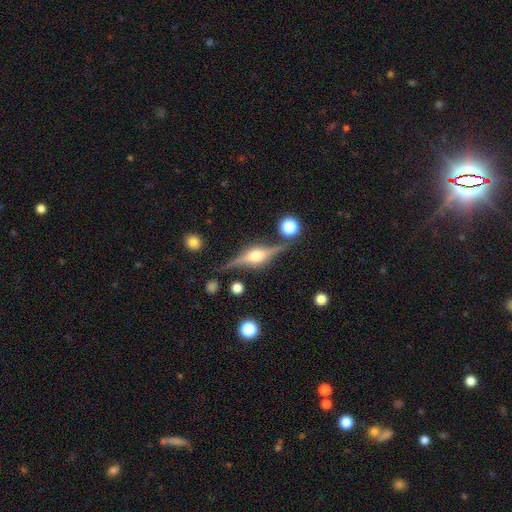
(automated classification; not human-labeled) Overall: featured or disk (84%). Edge-on disk: yes (97%). Edge-on bulge: rounded (91%). Merging: none (84%).